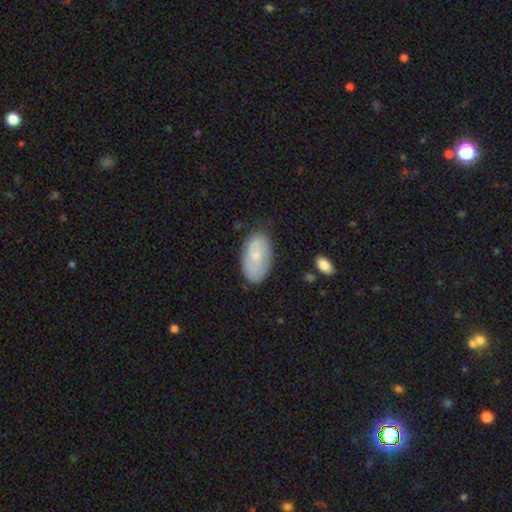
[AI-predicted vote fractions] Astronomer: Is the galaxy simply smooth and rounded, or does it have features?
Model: smooth — 68%.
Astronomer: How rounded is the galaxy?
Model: in between — 94%.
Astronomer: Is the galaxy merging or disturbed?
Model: none — 73%.